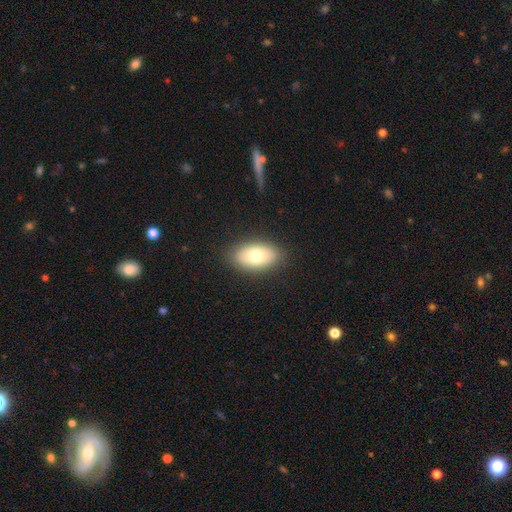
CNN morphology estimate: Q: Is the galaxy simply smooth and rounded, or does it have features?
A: smooth — 72%.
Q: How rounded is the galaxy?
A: in between — 91%.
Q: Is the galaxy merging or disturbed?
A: none — 87%.